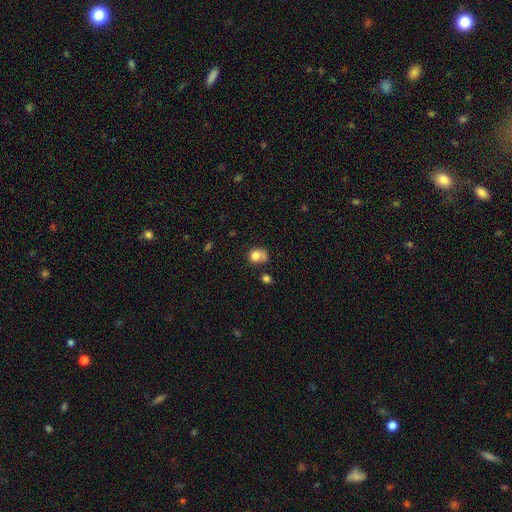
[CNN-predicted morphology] smooth-or-featured: smooth: 77% | featured or disk: 13% | star or artifact: 10%
  how-rounded: round: 64% | in between: 35% | cigar-shaped: 1%
  merging: none: 40% | minor disturbance: 24% | merger: 20% | major disturbance: 15%